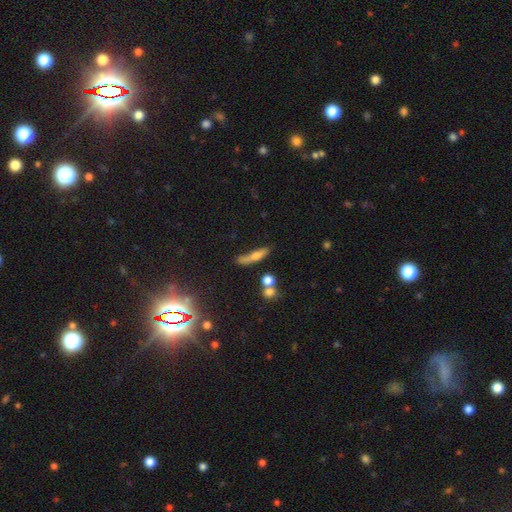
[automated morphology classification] type=smooth (56%); roundness=cigar-shaped (75%); merging=none (51%).